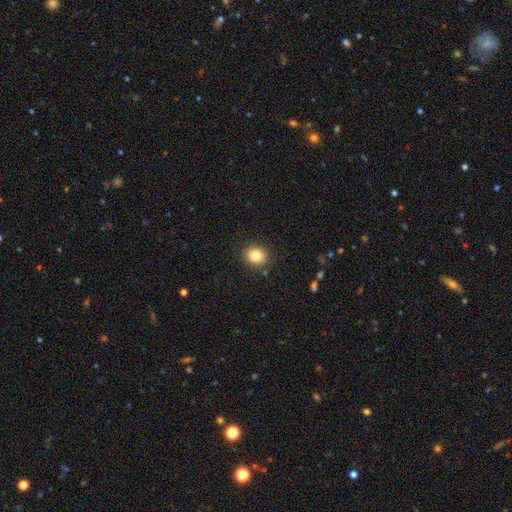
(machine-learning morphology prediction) This appears to be a smooth galaxy with no disk features (82%) that is round (77%). Merging: none (89%).